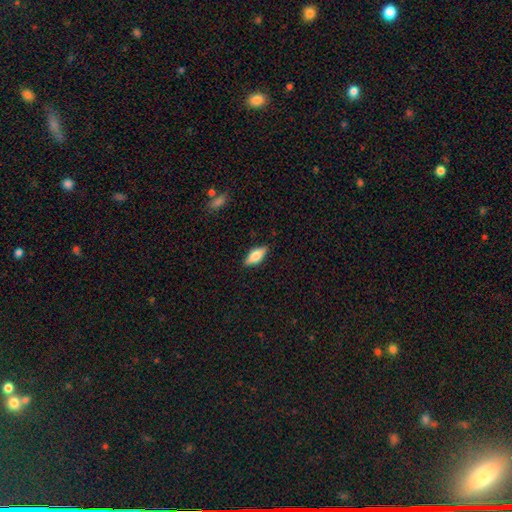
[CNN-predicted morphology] Smooth or featured? Predicted: smooth (p=0.64). How rounded? Predicted: in between (p=0.75). Merging? Predicted: none (p=0.86).